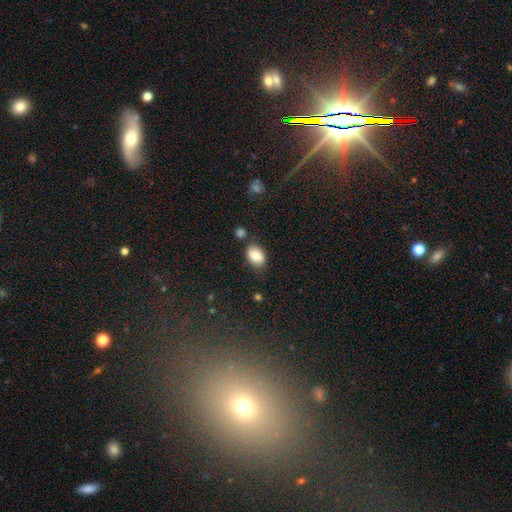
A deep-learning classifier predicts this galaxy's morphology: The model was most divided on "merging": none: 75%, minor disturbance: 15%, merger: 6%, major disturbance: 3%. More confident: how rounded — in between (86%); smooth or featured — smooth (82%).